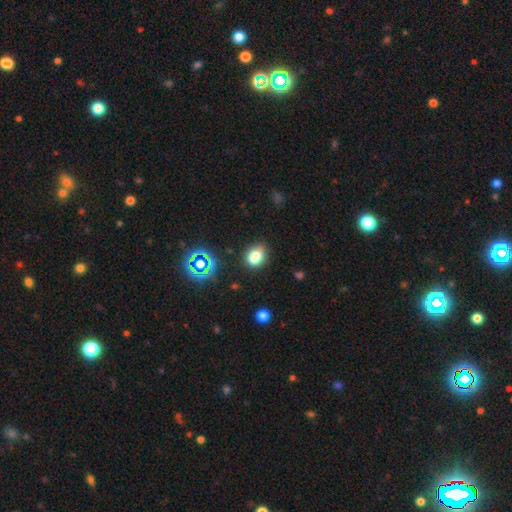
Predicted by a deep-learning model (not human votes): This appears to be a smooth galaxy with no disk features (73%) that is round (51%). Merging: none (65%).